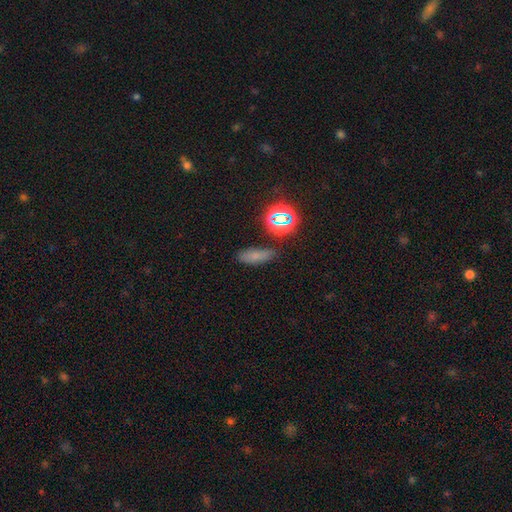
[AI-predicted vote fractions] Morphology: type=smooth (67%); roundness=in between (62%); merging=none (74%).